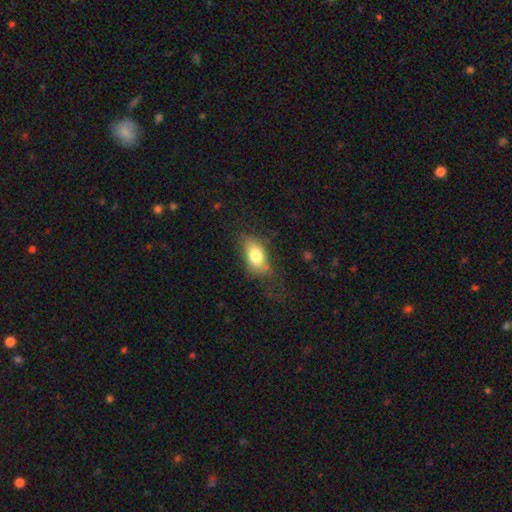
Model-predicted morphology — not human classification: smooth 76%, featured or disk 16%, star or artifact 8%. Down the decision tree: how rounded — in between (86%); merging — none (60%).